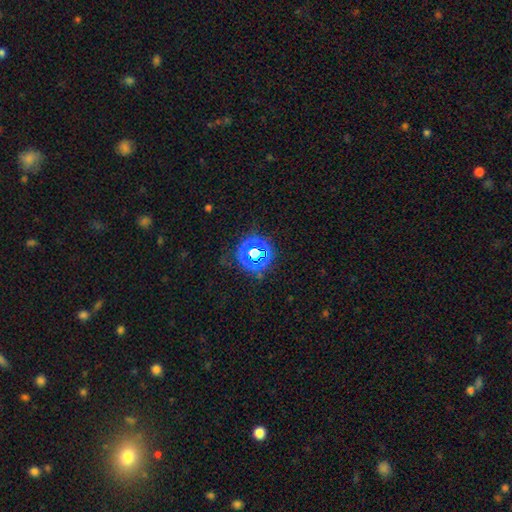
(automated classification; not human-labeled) Morphology: type=star or artifact (72%).